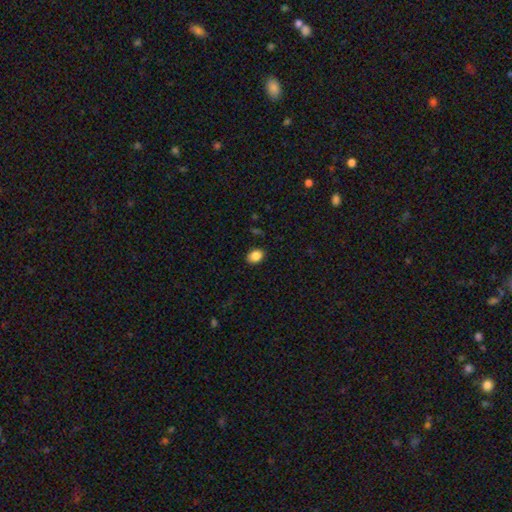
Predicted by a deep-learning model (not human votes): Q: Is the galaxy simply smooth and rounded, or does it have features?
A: smooth — 86%.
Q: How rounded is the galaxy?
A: in between — 71%.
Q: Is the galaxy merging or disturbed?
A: none — 88%.